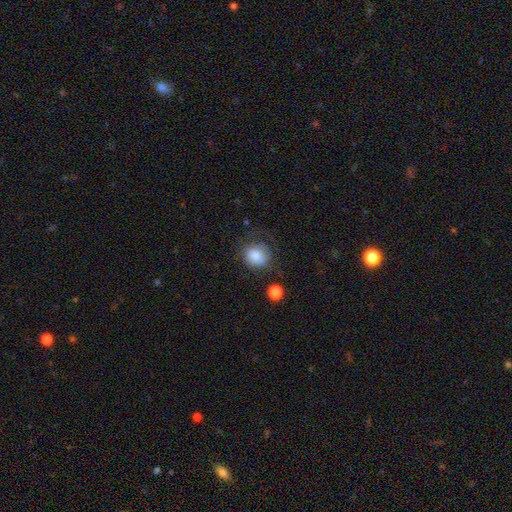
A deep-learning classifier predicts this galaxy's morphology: This appears to be a smooth galaxy with no disk features (79%) that is round (79%). Merging: none (57%).